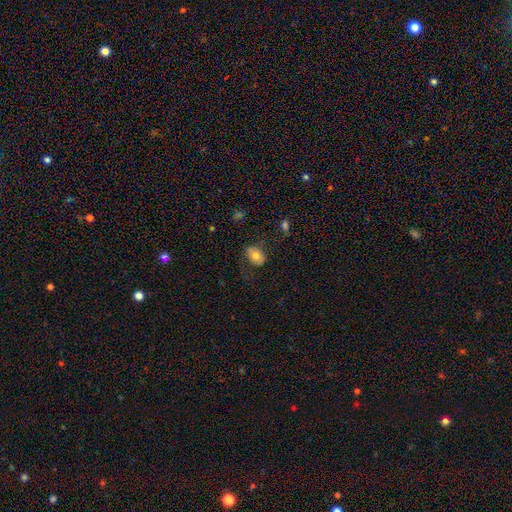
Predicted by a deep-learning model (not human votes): smooth 71%, featured or disk 21%, star or artifact 8%. Down the decision tree: how rounded — in between (81%); merging — none (63%).